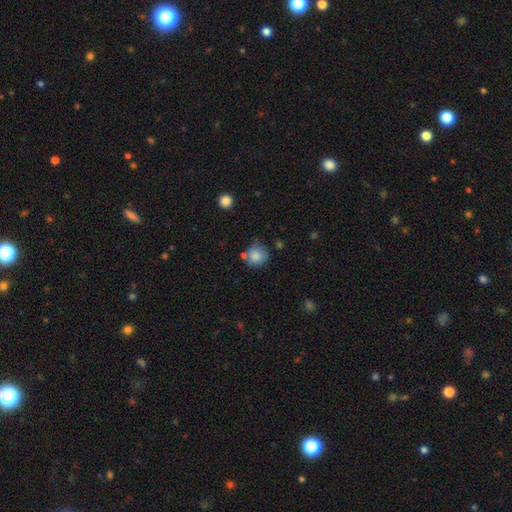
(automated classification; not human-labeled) A smooth galaxy with no disk features (83%) that is round (89%). Merging: none (67%).